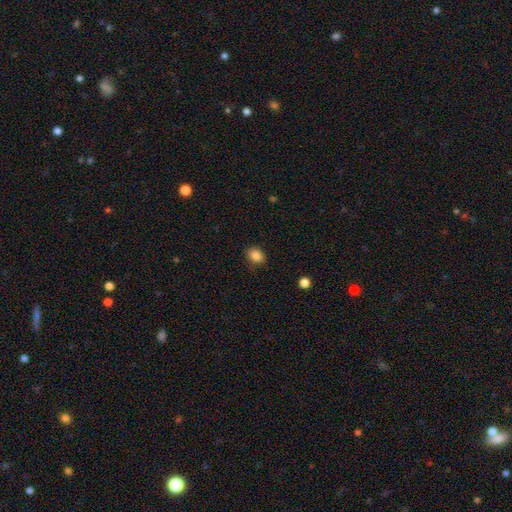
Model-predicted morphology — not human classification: Smooth or featured? smooth (86%)
How rounded? in between (56%)
Merging? none (81%)